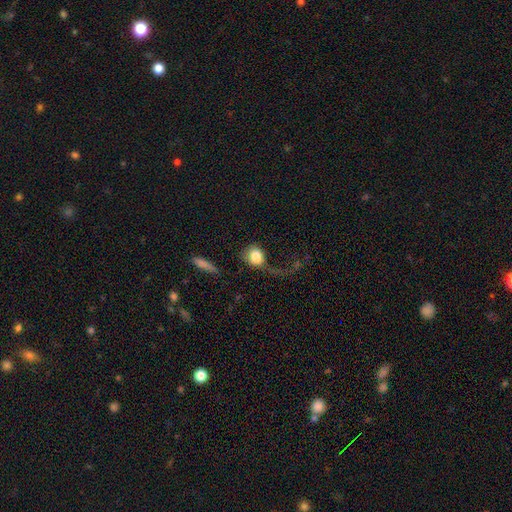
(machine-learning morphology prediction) type=smooth (78%); roundness=round (75%); merging=major disturbance (49%).